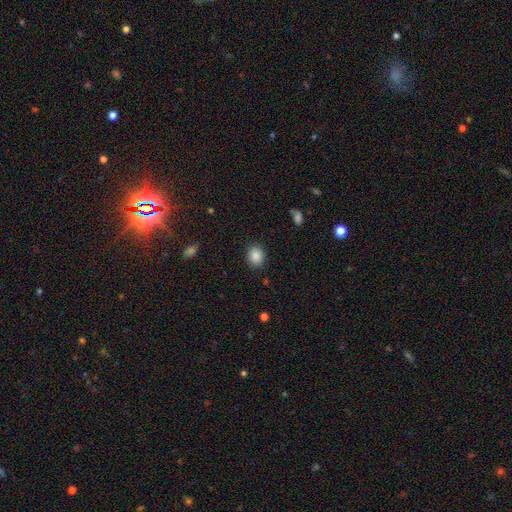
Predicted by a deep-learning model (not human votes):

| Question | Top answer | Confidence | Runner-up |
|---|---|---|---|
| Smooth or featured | smooth | 87% | star or artifact (9%) |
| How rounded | round | 67% | in between (32%) |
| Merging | none | 87% | minor disturbance (9%) |